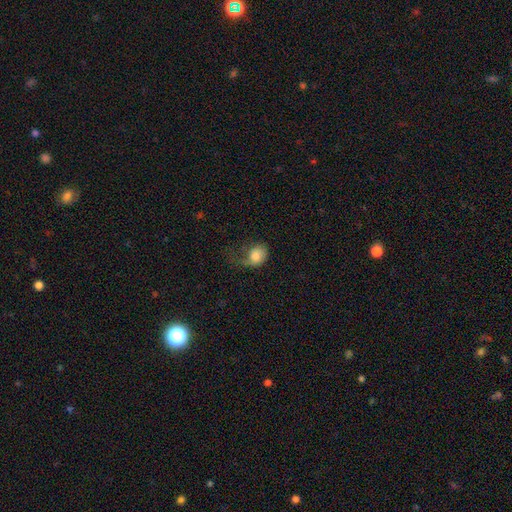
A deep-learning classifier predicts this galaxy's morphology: A smooth galaxy with no disk features (77%) that is round (54%). Merging: major disturbance (46%).